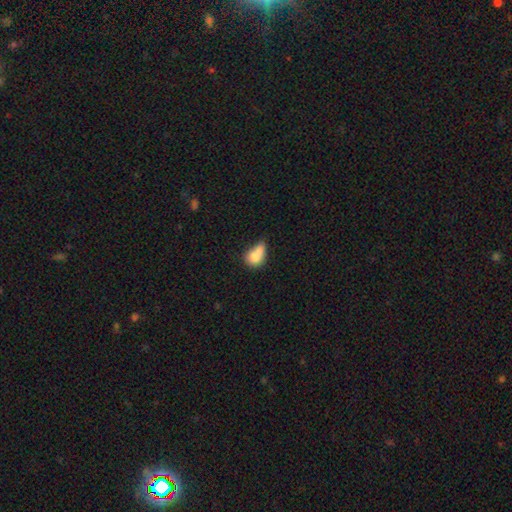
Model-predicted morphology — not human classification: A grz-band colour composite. It shows a smooth galaxy with no disk features (75%) that is in between round and cigar-shaped (58%). Merging: merger (41%).